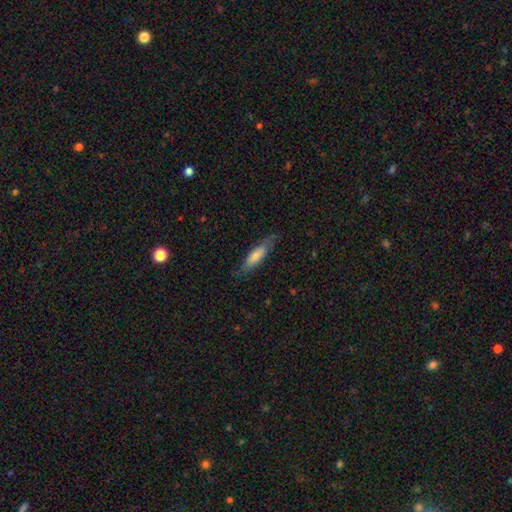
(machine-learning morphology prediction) smooth-or-featured: smooth: 60% | featured or disk: 33% | star or artifact: 7%
  how-rounded: cigar-shaped: 71% | in between: 28% | round: 2%
  merging: none: 76% | minor disturbance: 18% | major disturbance: 5% | merger: 1%